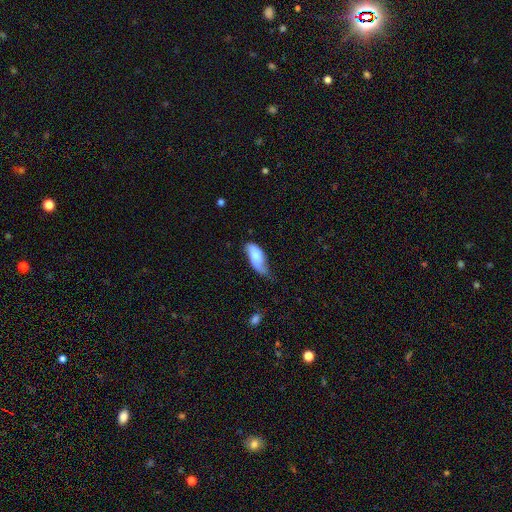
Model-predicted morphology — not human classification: Smooth or featured? Predicted: smooth (p=0.67). How rounded? Predicted: in between (p=0.81). Merging? Predicted: minor disturbance (p=0.44).